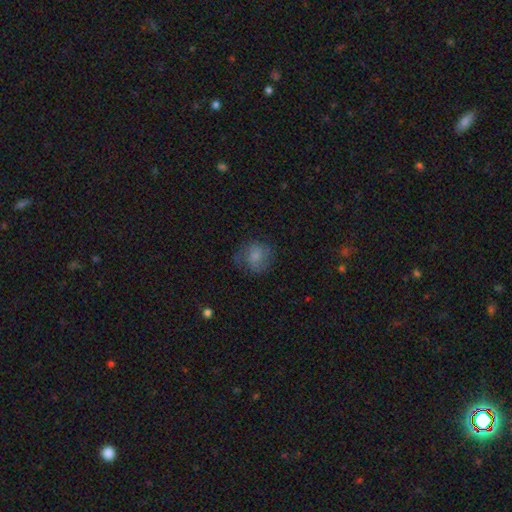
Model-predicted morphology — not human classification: Q: Smooth or featured?
A: smooth (61%); runner-up: featured or disk (29%)
Q: How rounded?
A: round (77%); runner-up: in between (22%)
Q: Merging?
A: none (60%); runner-up: minor disturbance (24%)